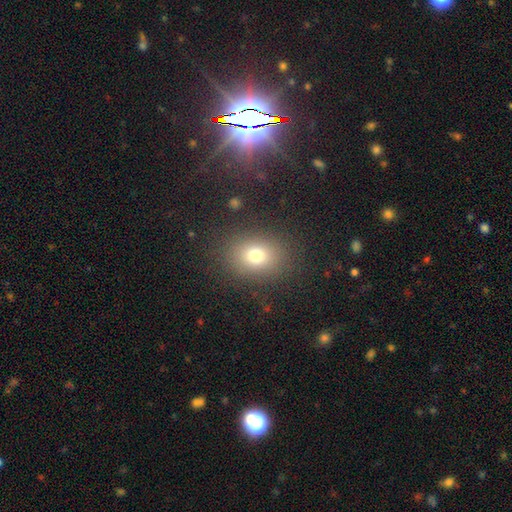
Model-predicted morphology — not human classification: smooth_or_featured: smooth (p=0.75) [alt: star or artifact p=0.15]
how_rounded: in between (p=0.53) [alt: round p=0.46]
merging: none (p=0.84) [alt: minor disturbance p=0.09]